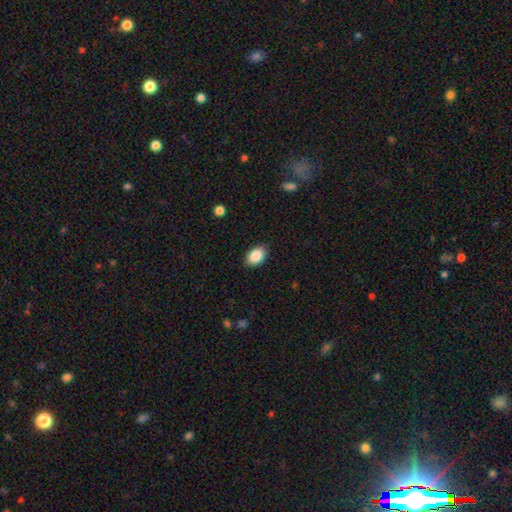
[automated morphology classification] This appears to be a smooth galaxy with no disk features (88%) that is in between round and cigar-shaped (88%). Merging: none (87%).